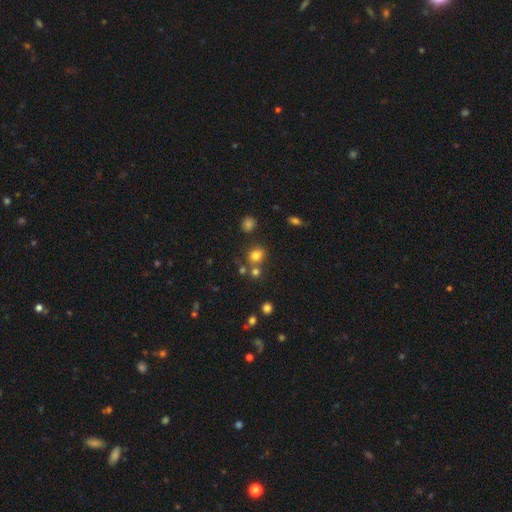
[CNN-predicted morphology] smooth 76%, star or artifact 16%, featured or disk 8%. Down the decision tree: how rounded — round (60%); merging — none (62%).